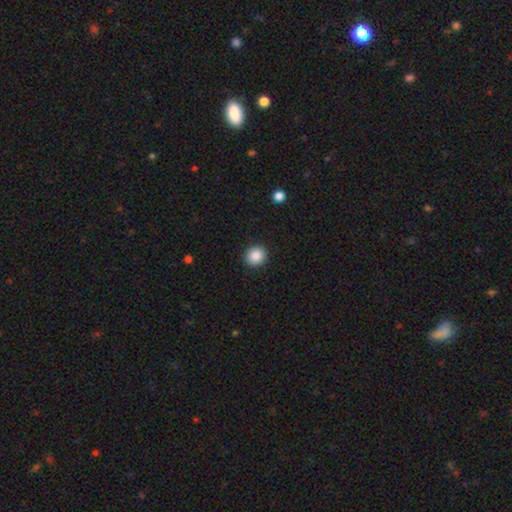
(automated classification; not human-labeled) This appears to be a smooth galaxy with no disk features (88%) that is round (89%). Merging: none (92%).